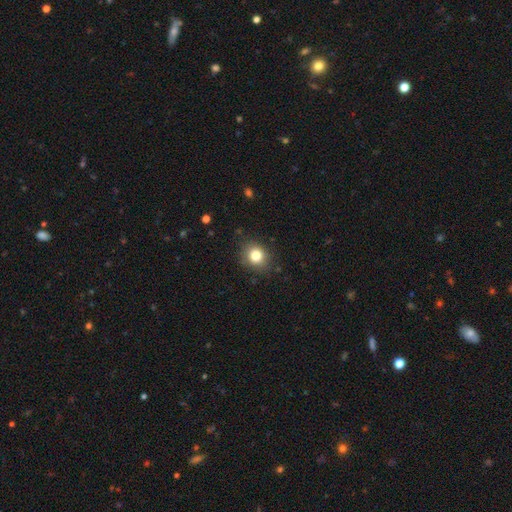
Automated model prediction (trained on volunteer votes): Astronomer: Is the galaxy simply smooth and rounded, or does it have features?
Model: smooth — 81%.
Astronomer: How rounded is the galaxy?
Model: round — 72%.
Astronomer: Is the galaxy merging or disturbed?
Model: none — 85%.